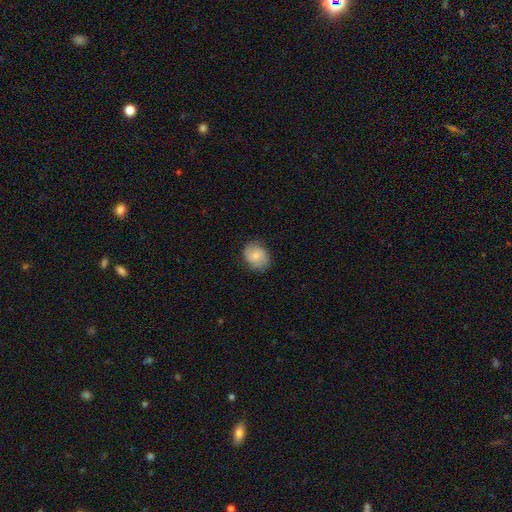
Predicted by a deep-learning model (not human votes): Smooth or featured?
  - smooth: 70% *
  - featured or disk: 23%
  - star or artifact: 7%
How rounded?
  - round: 58% *
  - in between: 41%
  - cigar-shaped: 1%
Merging?
  - none: 79% *
  - minor disturbance: 16%
  - major disturbance: 4%
  - merger: 1%